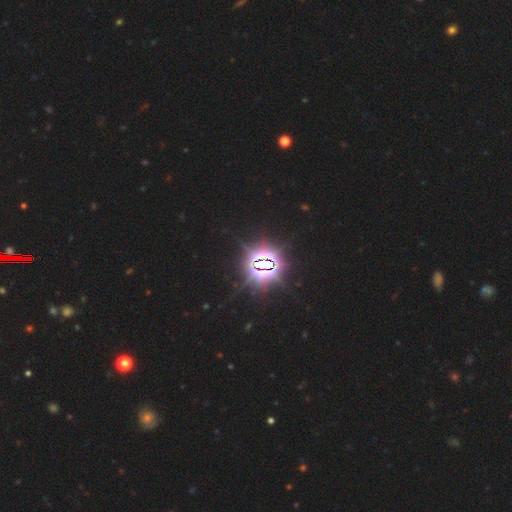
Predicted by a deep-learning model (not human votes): A star or artifact, not a galaxy (86%).

Vote fractions:
- Smooth or featured? star or artifact: 86% / smooth: 7% / featured or disk: 7%